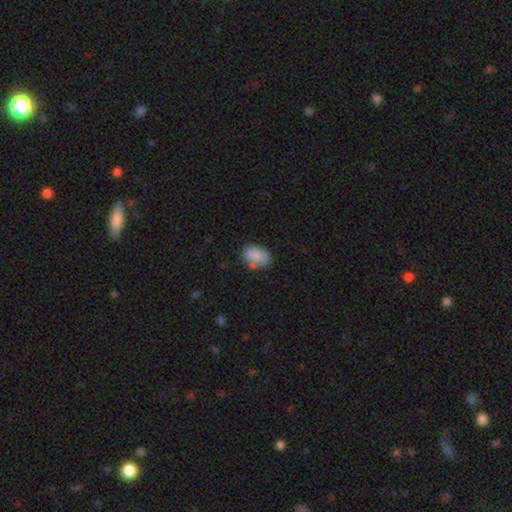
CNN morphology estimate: A smooth galaxy with no disk features (84%) that is in between round and cigar-shaped (77%).

Vote fractions:
- Smooth or featured? smooth: 84% / featured or disk: 8% / star or artifact: 8%
- How rounded? in between: 77% / round: 22% / cigar-shaped: 1%
- Merging? none: 65% / minor disturbance: 22% / merger: 8% / major disturbance: 6%